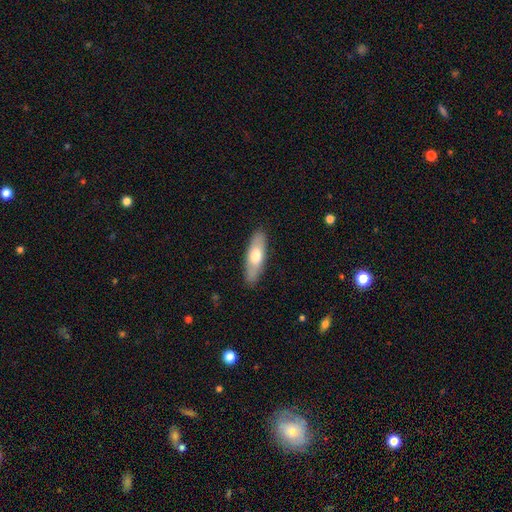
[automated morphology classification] type=smooth (64%); roundness=in between (51%); merging=none (87%).